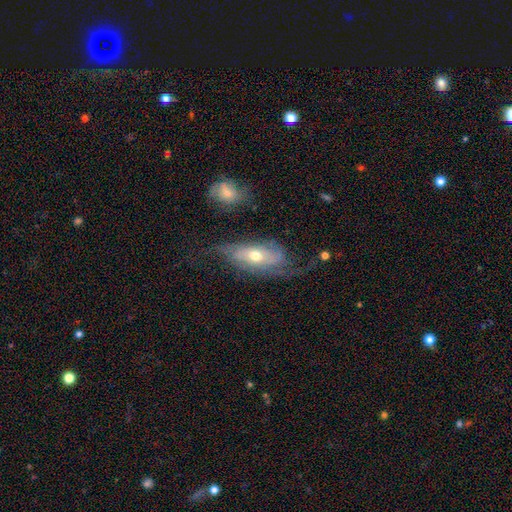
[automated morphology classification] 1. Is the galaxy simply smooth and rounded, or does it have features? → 67% featured or disk, 26% smooth, 8% star or artifact.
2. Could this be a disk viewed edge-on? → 83% no, 17% yes.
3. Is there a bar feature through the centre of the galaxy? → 69% no, 23% weak, 8% strong.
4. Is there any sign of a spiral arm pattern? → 81% yes, 19% no.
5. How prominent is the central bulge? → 63% moderate, 31% small, 4% large, 1% dominant, 1% none.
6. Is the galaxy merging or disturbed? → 49% none, 23% major disturbance, 23% minor disturbance, 5% merger.